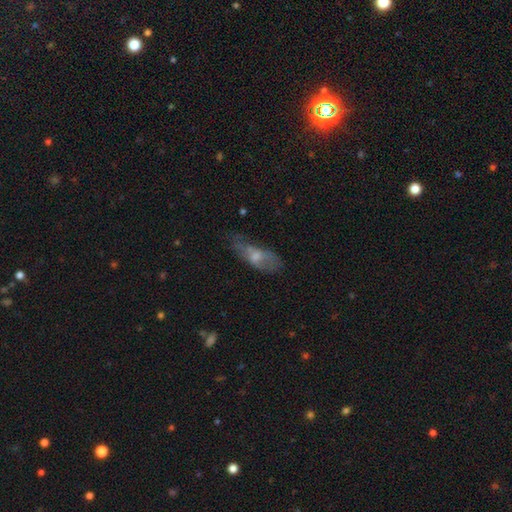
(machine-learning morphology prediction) smooth 48%, featured or disk 41%, star or artifact 11%. Down the decision tree: merging — none (43%).